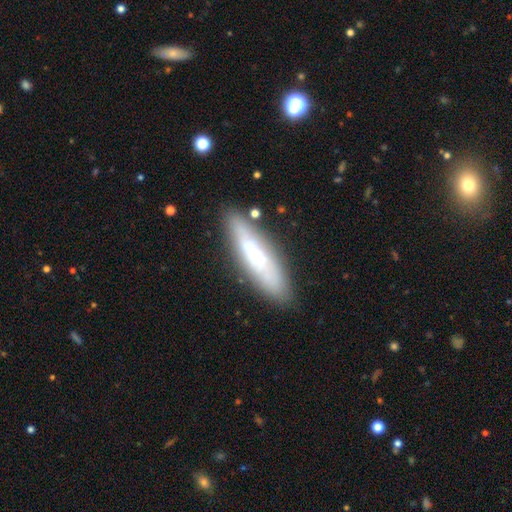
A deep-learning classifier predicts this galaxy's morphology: Smooth or featured? Predicted: smooth (p=0.55). How rounded? Predicted: cigar-shaped (p=0.72). Merging? Predicted: none (p=0.81).